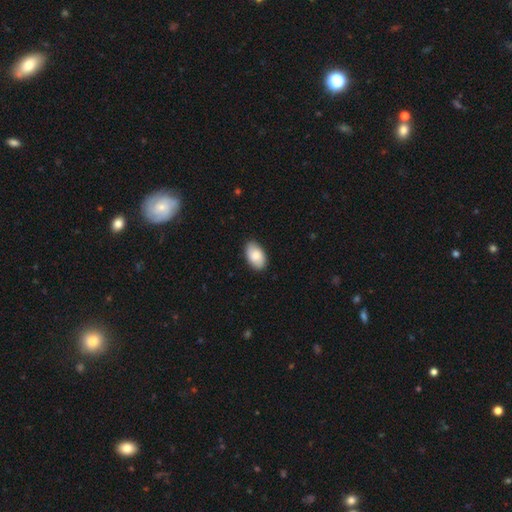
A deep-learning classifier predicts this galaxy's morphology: This is clearly a smooth galaxy (83%). How rounded: clearly in between (94%). Merging: clearly none (87%).